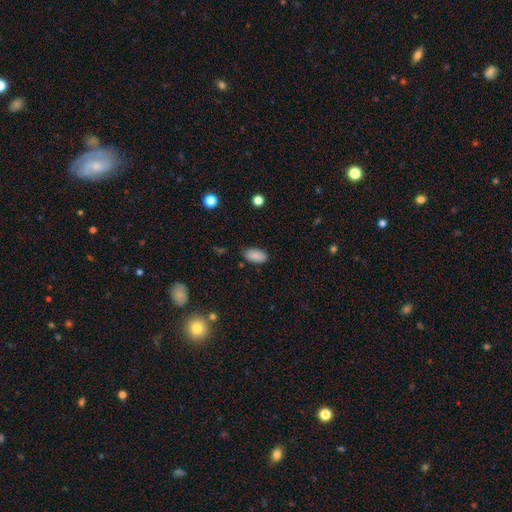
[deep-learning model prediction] Q: Smooth or featured?
A: smooth (87%); runner-up: star or artifact (8%)
Q: How rounded?
A: in between (94%); runner-up: round (3%)
Q: Merging?
A: none (85%); runner-up: minor disturbance (11%)